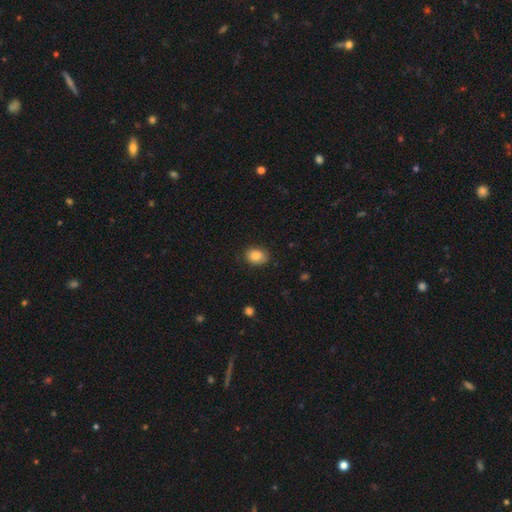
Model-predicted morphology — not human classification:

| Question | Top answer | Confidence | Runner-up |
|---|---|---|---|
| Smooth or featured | smooth | 83% | star or artifact (9%) |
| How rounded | in between | 61% | round (38%) |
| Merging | none | 81% | minor disturbance (16%) |